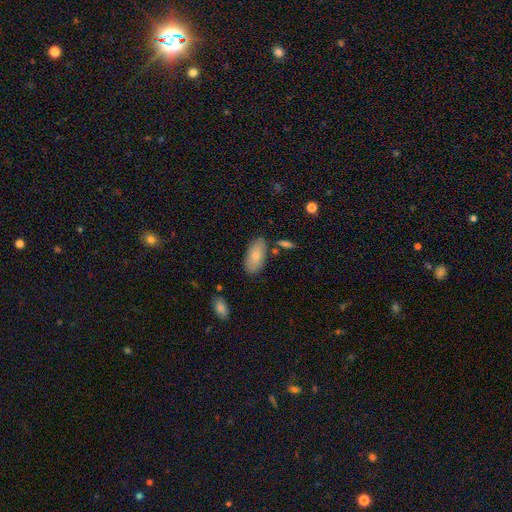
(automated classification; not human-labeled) This is likely a smooth galaxy (78%). How rounded: clearly in between (93%). Merging: likely none (78%).